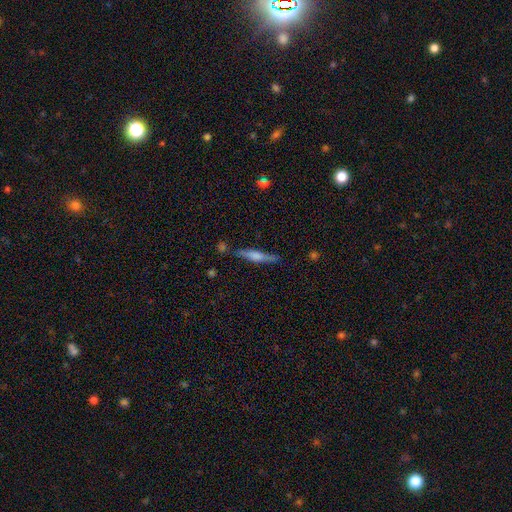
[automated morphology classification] This appears to be a featured or disk galaxy (57%) viewed edge-on (95%) with a rounded central bulge (57%). Merging: none (81%).